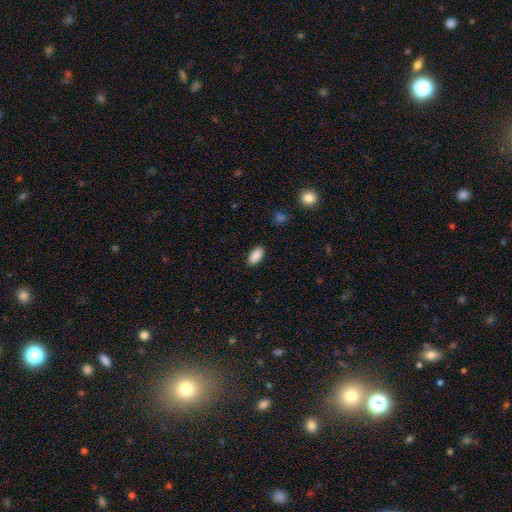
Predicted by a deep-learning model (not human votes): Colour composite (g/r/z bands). It shows a smooth galaxy with no disk features (90%) that is in between round and cigar-shaped (94%). Merging: none (88%).